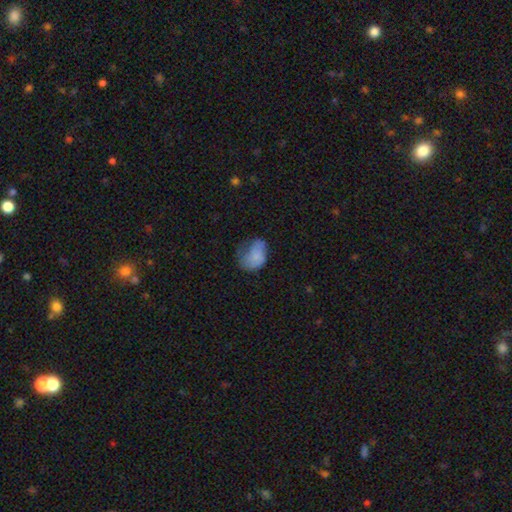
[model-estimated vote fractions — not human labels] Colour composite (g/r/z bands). It shows a smooth galaxy with no disk features (73%) that is in between round and cigar-shaped (77%). Merging: minor disturbance (38%).